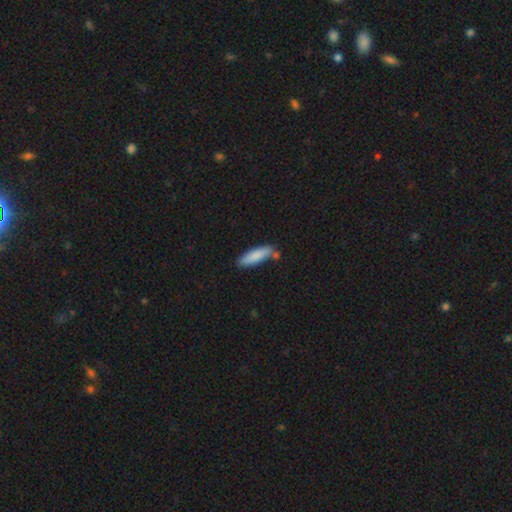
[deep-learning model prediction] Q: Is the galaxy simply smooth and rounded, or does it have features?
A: smooth — 83%.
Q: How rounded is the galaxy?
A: cigar-shaped — 66%.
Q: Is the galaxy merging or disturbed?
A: none — 73%.